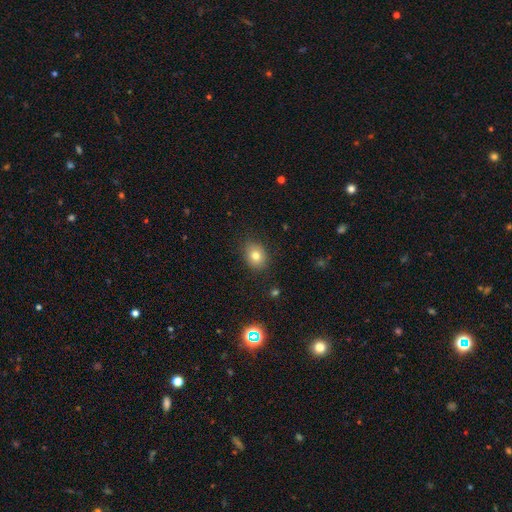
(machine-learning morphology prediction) A smooth galaxy with no disk features (78%) that is in between round and cigar-shaped (53%). Merging: none (86%).